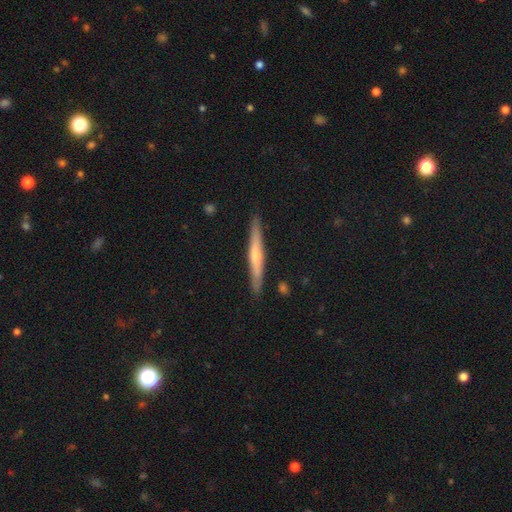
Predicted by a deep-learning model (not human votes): This is possibly a featured or disk galaxy (52%). It is clearly viewed edge-on (96%). Merging: clearly none (90%).